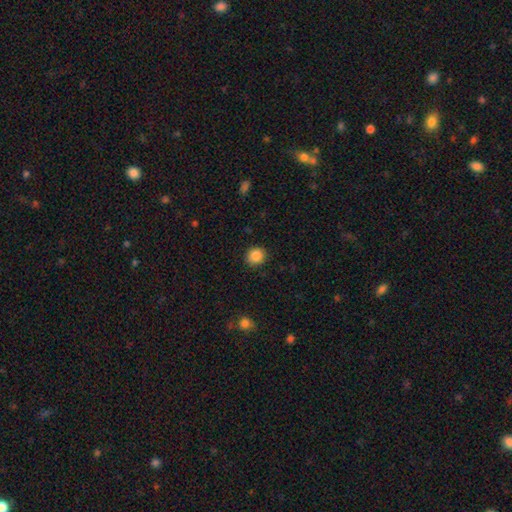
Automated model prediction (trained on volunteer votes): Smooth or featured? Predicted: smooth (p=0.87). How rounded? Predicted: round (p=0.89). Merging? Predicted: none (p=0.90).